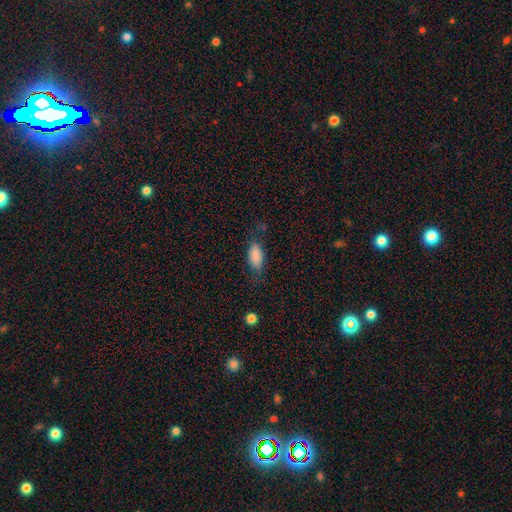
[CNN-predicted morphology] A smooth galaxy with no disk features (86%) that is in between round and cigar-shaped (87%).

Vote fractions:
- Smooth or featured? smooth: 86% / star or artifact: 7% / featured or disk: 7%
- How rounded? in between: 87% / cigar-shaped: 10% / round: 3%
- Merging? none: 67% / minor disturbance: 22% / major disturbance: 9% / merger: 2%